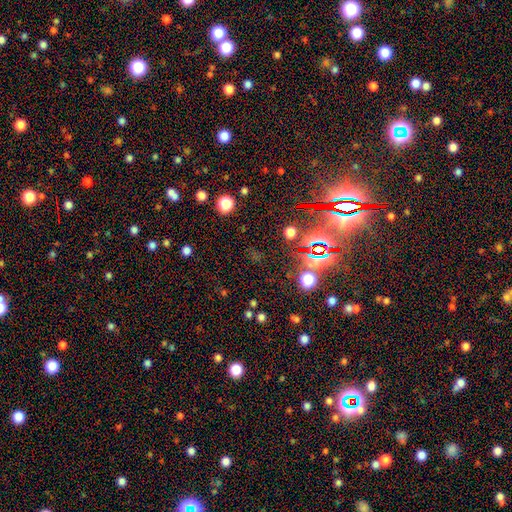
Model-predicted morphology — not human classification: The model was most divided on "smooth or featured": star or artifact: 77%, smooth: 15%, featured or disk: 8%.